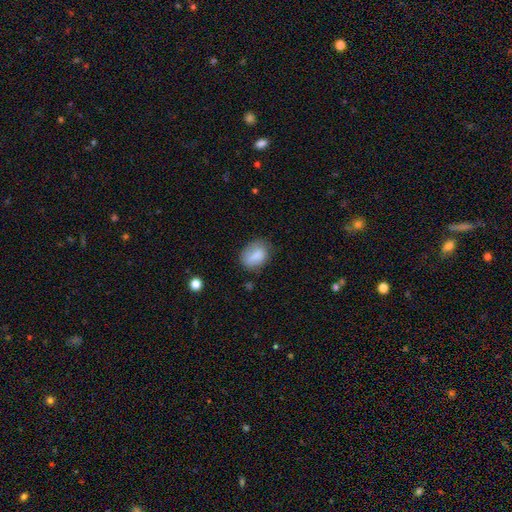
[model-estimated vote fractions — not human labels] Smooth or featured: smooth — 81% (featured or disk — 11%)
How rounded: in between — 72% (round — 26%)
Merging: none — 65% (minor disturbance — 25%)